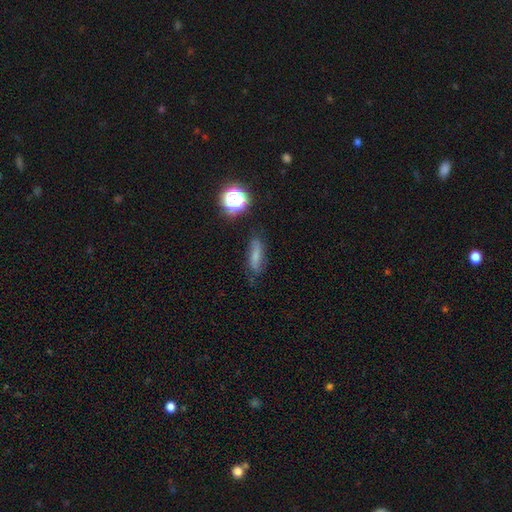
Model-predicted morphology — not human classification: smooth-or-featured: smooth: 58% | featured or disk: 25% | star or artifact: 16%
  how-rounded: cigar-shaped: 49% | in between: 41% | round: 10%
  merging: none: 68% | minor disturbance: 22% | major disturbance: 8% | merger: 3%